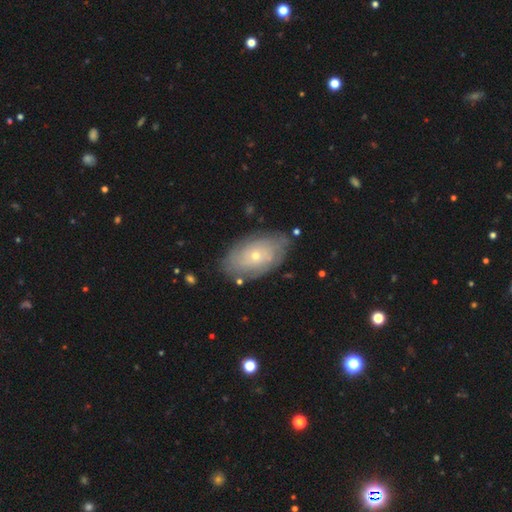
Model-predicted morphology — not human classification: featured or disk 66%, smooth 27%, star or artifact 7%. Down the decision tree: edge-on disk — no (93%); bar — no (85%); spiral arms — yes (77%); bulge size — small (71%); merging — none (79%).